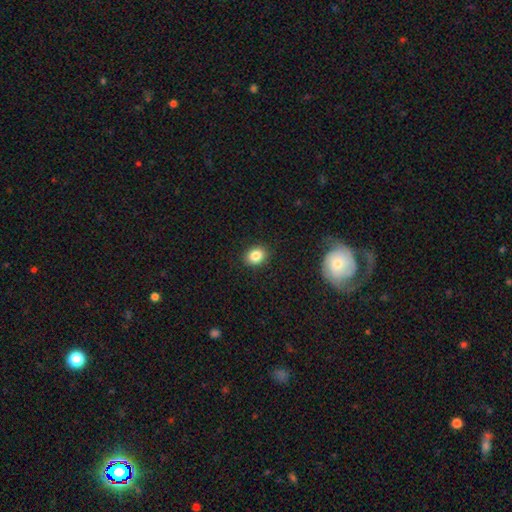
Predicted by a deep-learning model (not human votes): Smooth or featured? Predicted: smooth (p=0.84). How rounded? Predicted: in between (p=0.52). Merging? Predicted: none (p=0.89).